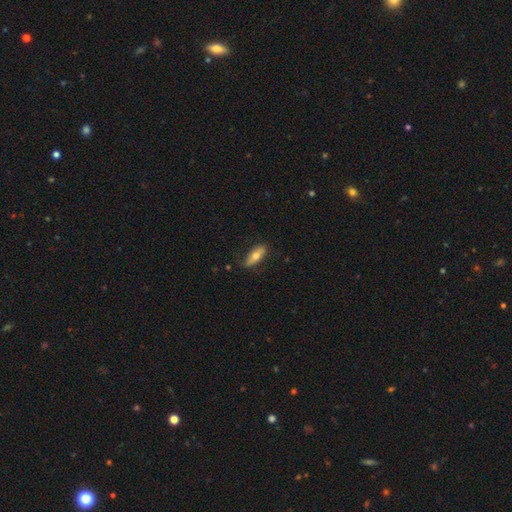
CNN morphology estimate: This is likely a smooth galaxy (61%). How rounded: likely in between (64%). Merging: likely none (74%).